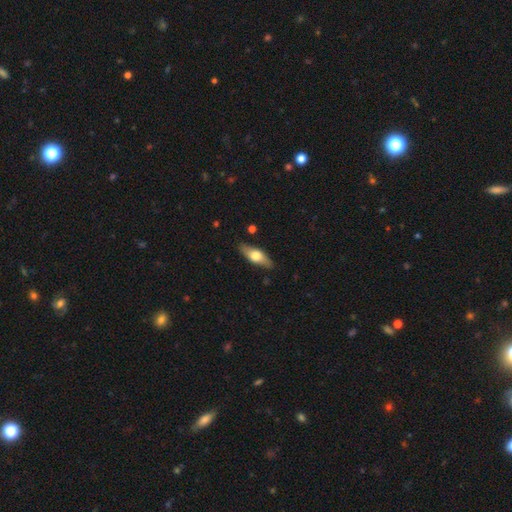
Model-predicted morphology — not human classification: Q: Smooth or featured?
A: smooth (54%); runner-up: featured or disk (41%)
Q: How rounded?
A: in between (64%); runner-up: cigar-shaped (33%)
Q: Merging?
A: none (86%); runner-up: minor disturbance (11%)